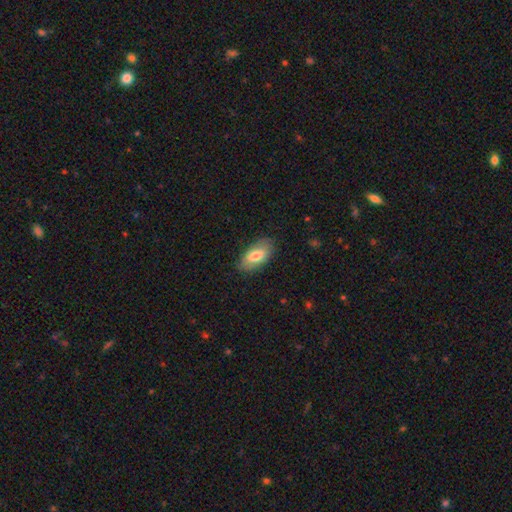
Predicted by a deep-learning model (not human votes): Smooth or featured: smooth — 76% (featured or disk — 17%)
How rounded: in between — 90% (cigar-shaped — 7%)
Merging: none — 82% (minor disturbance — 14%)